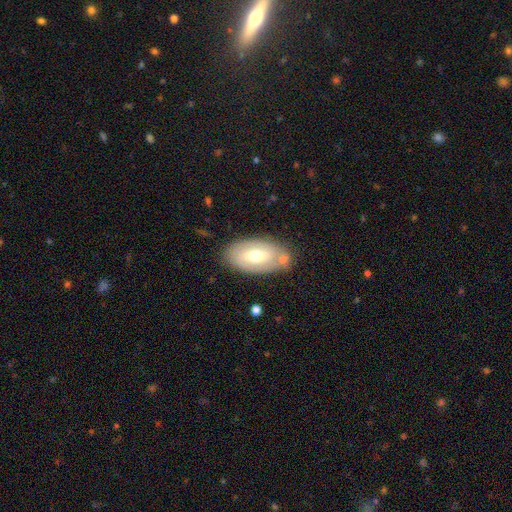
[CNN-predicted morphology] This is possibly a smooth galaxy (47%). Merging: likely none (71%).